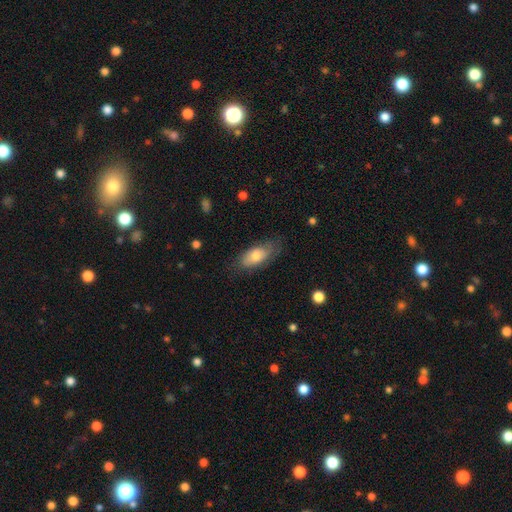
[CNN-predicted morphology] This appears to be a smooth galaxy with no disk features (67%) that is in between round and cigar-shaped (83%). Merging: none (69%).